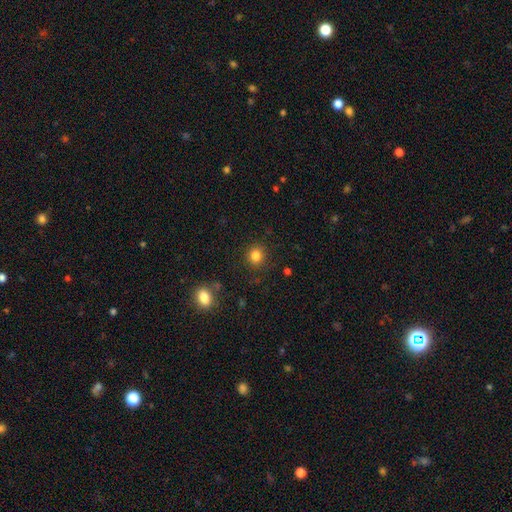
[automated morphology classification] Smooth or featured: smooth — 83% (star or artifact — 12%)
How rounded: round — 85% (in between — 14%)
Merging: none — 88% (minor disturbance — 8%)